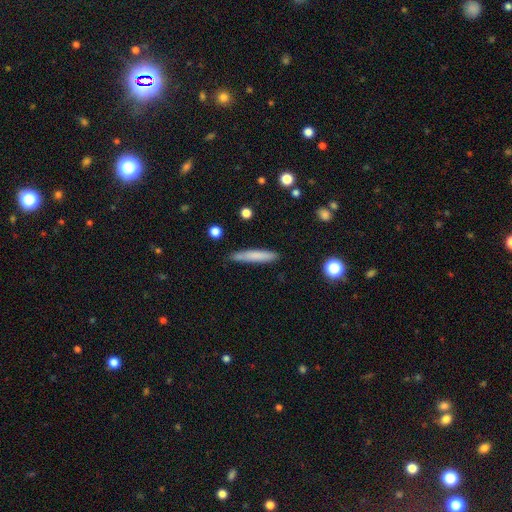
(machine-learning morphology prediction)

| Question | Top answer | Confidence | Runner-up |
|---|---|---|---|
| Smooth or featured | smooth | 76% | featured or disk (18%) |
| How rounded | cigar-shaped | 91% | in between (7%) |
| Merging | none | 80% | minor disturbance (15%) |